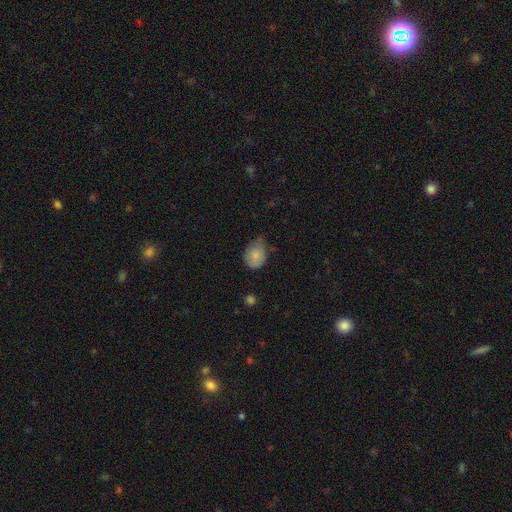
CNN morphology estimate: smooth-or-featured: smooth: 79% | featured or disk: 13% | star or artifact: 8%
  how-rounded: in between: 61% | round: 38% | cigar-shaped: 1%
  merging: minor disturbance: 44% | none: 42% | major disturbance: 11% | merger: 2%